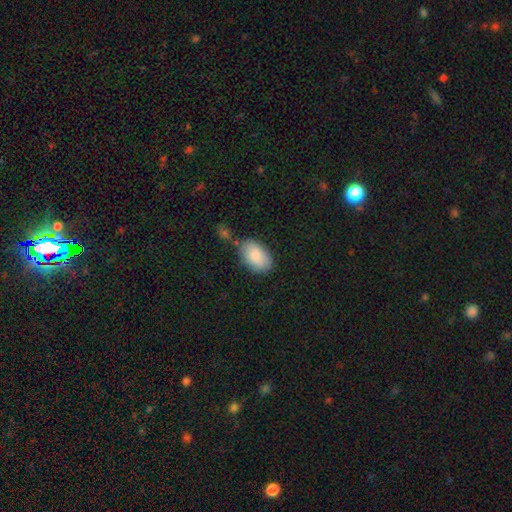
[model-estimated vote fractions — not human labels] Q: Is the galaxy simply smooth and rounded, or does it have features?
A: smooth — 86%.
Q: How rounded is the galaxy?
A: in between — 92%.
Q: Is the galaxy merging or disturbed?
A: none — 66%.